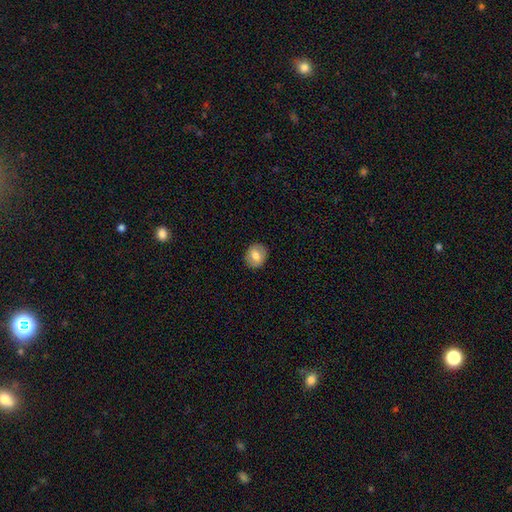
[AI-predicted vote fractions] Morphology: type=smooth (73%); roundness=round (75%); merging=none (88%).